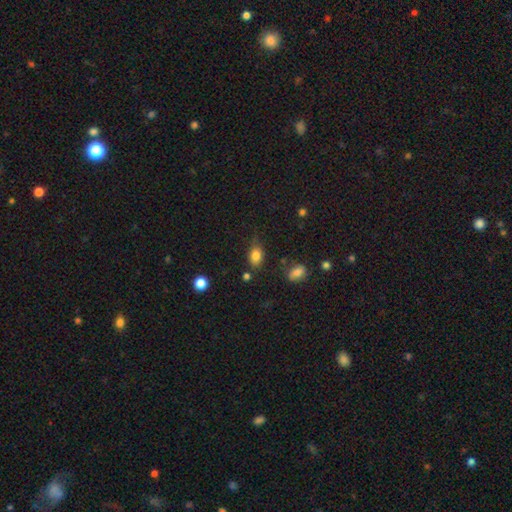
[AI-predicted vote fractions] Smooth or featured? Predicted: smooth (p=0.82). How rounded? Predicted: in between (p=0.80). Merging? Predicted: none (p=0.71).